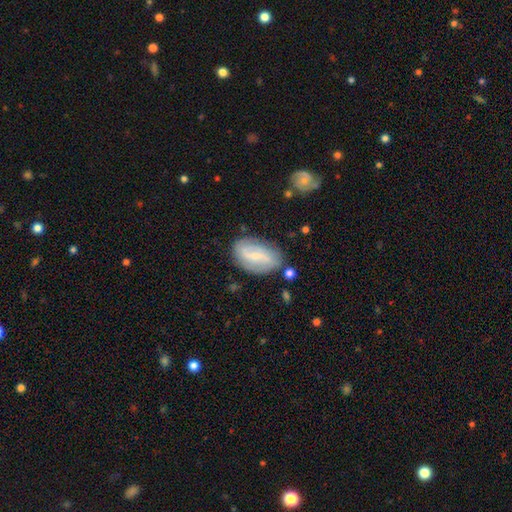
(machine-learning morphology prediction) Smooth or featured? featured or disk (63%)
Edge-on disk? no (95%)
Bar? weak (47%)
Spiral arms? yes (84%)
Spiral winding? loose (43%)
Spiral arm count? 2 (81%)
Bulge size? small (70%)
Merging? none (76%)